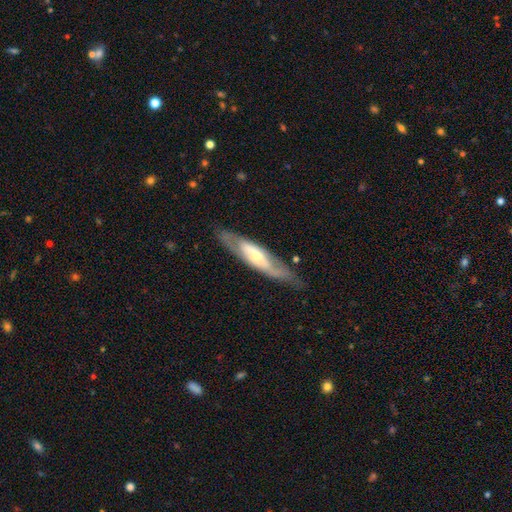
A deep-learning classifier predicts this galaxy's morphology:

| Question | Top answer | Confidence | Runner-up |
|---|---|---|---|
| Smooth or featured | featured or disk | 65% | smooth (29%) |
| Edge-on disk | no | 61% | yes (39%) |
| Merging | none | 76% | minor disturbance (16%) |